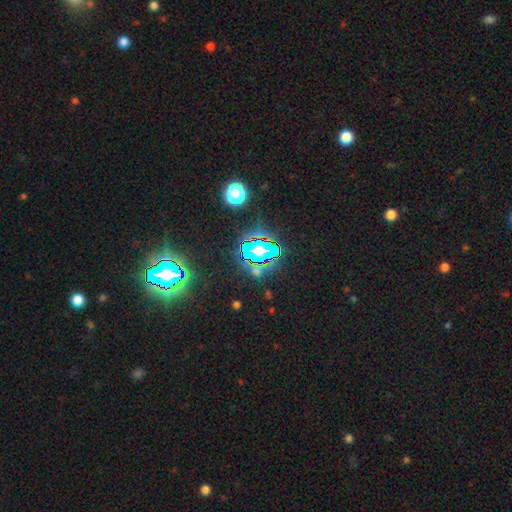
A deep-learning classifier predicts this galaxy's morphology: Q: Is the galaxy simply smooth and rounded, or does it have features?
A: star or artifact — 74%.